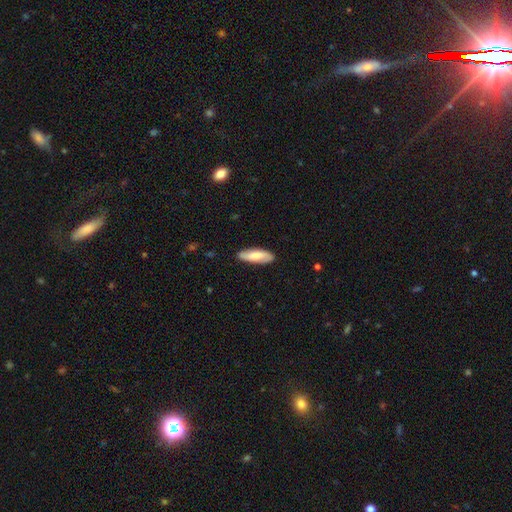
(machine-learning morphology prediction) Overall: smooth (71%). How rounded: in between (54%; cigar-shaped 44%). Merging: none (85%).